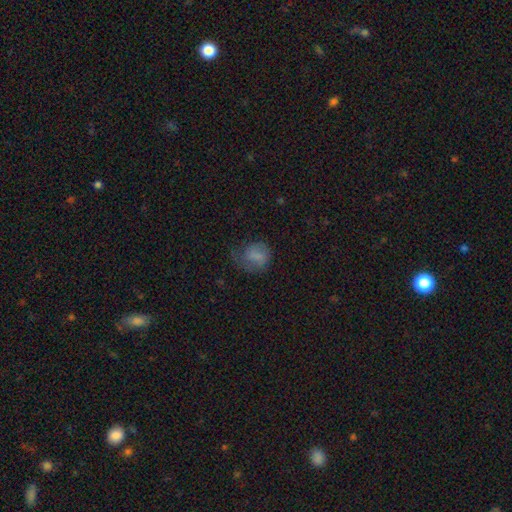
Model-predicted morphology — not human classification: Smooth or featured?
  - smooth: 69% *
  - featured or disk: 21%
  - star or artifact: 10%
How rounded?
  - round: 65% *
  - in between: 34%
  - cigar-shaped: 1%
Merging?
  - none: 37% *
  - major disturbance: 32%
  - minor disturbance: 29%
  - merger: 2%